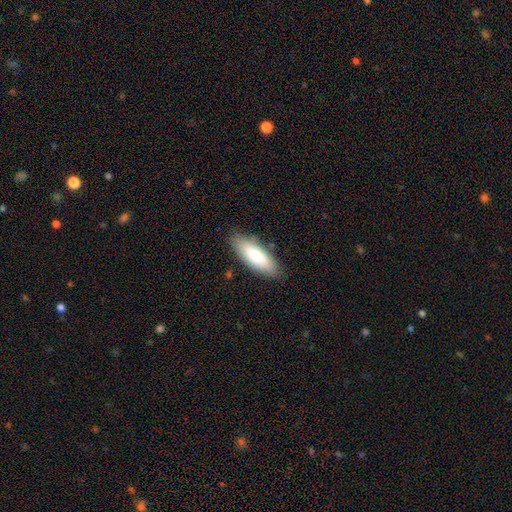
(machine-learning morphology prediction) Smooth or featured: smooth — 82% (featured or disk — 12%)
How rounded: in between — 67% (cigar-shaped — 32%)
Merging: none — 82% (minor disturbance — 13%)